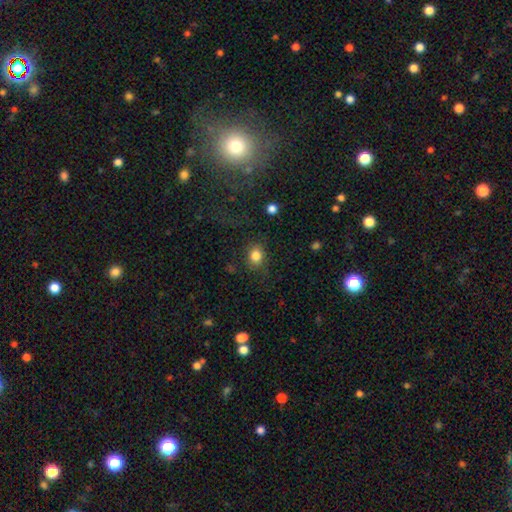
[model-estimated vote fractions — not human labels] Morphology: type=smooth (82%); roundness=round (60%); merging=none (75%).